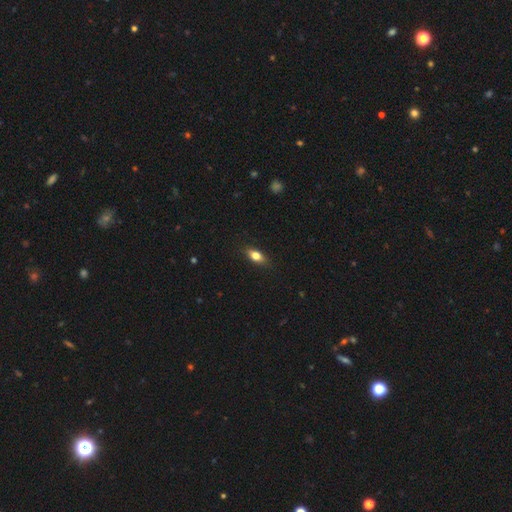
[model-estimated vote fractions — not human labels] Overall: smooth (73%). How rounded: in between (76%). Merging: none (86%).